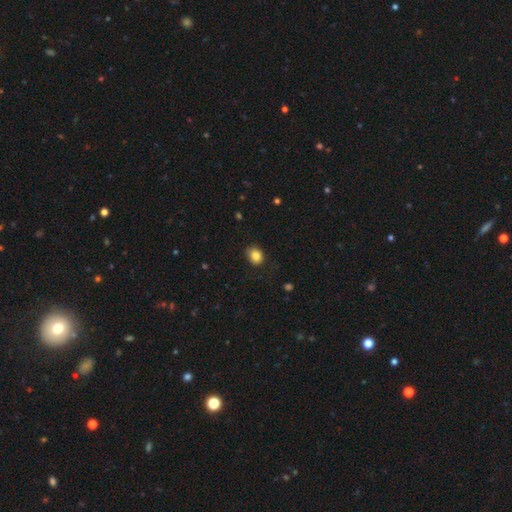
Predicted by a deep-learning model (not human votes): Smooth or featured?
  - smooth: 85% *
  - star or artifact: 10%
  - featured or disk: 6%
How rounded?
  - round: 55% *
  - in between: 45%
  - cigar-shaped: 1%
Merging?
  - none: 79% *
  - minor disturbance: 16%
  - major disturbance: 4%
  - merger: 1%